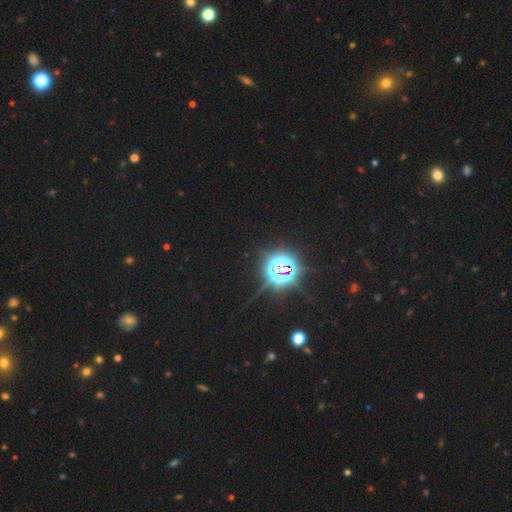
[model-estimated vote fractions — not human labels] Smooth or featured?
  - star or artifact: 79% *
  - smooth: 15%
  - featured or disk: 6%